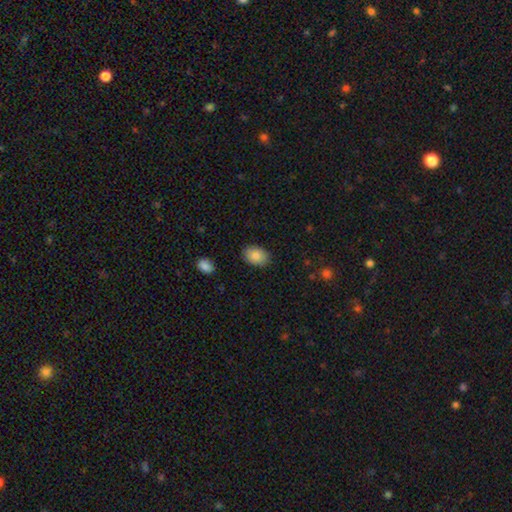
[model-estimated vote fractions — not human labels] Smooth or featured: smooth — 87% (star or artifact — 7%)
How rounded: in between — 82% (round — 17%)
Merging: none — 86% (minor disturbance — 11%)